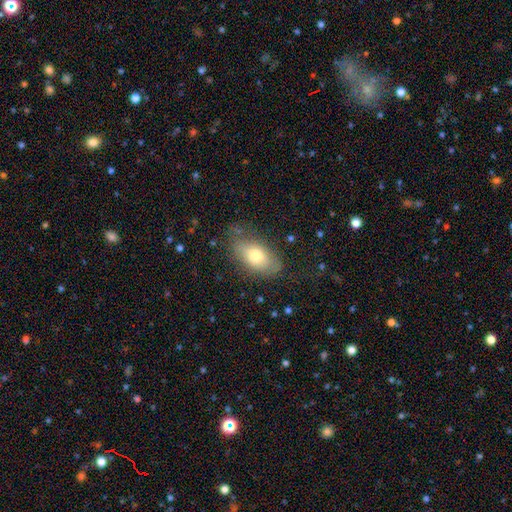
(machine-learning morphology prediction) Overall: smooth (72%). How rounded: in between (89%). Merging: none (72%).